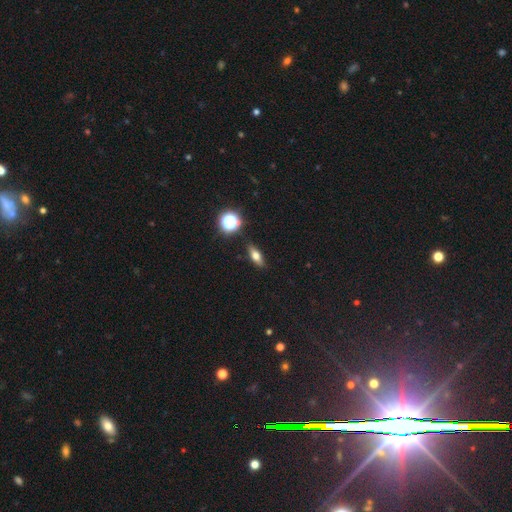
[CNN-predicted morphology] Overall: smooth (60%; featured or disk 28%). How rounded: in between (60%; cigar-shaped 29%). Merging: none (88%).